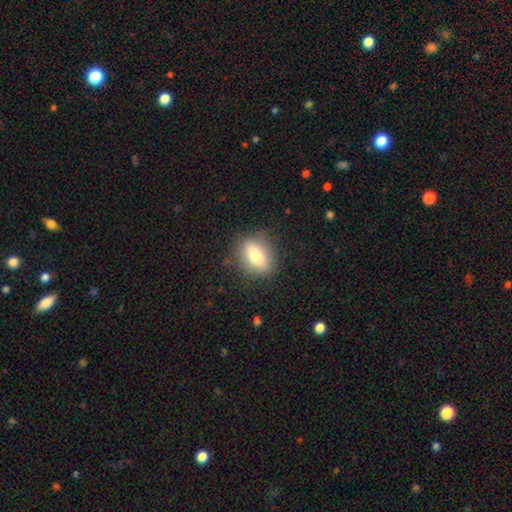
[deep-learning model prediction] Smooth or featured? Predicted: smooth (p=0.74). How rounded? Predicted: in between (p=0.68). Merging? Predicted: none (p=0.82).